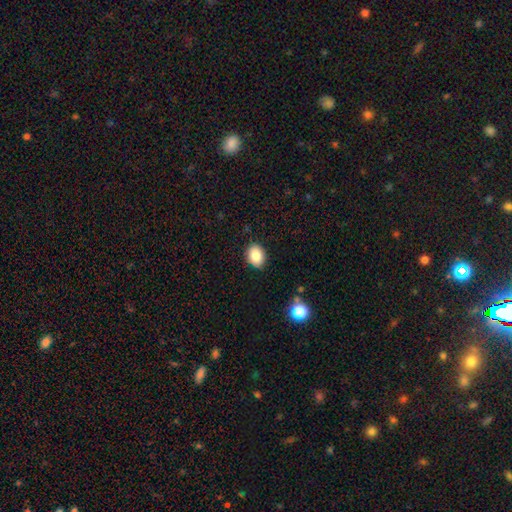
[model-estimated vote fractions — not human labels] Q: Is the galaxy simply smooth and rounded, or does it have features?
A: smooth — 87%.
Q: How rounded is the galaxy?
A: in between — 65%.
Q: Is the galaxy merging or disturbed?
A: none — 86%.